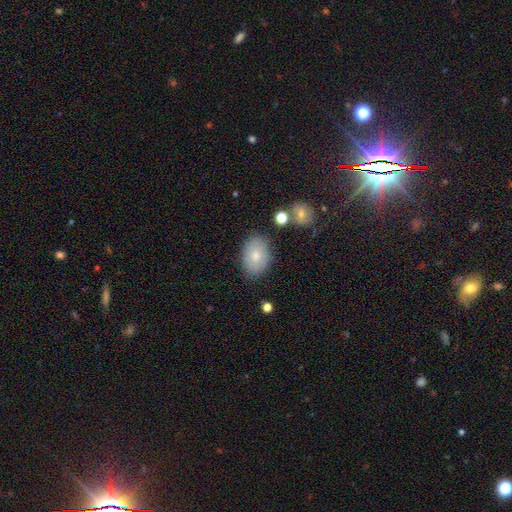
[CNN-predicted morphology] Overall: smooth (77%). How rounded: in between (76%). Merging: none (79%).